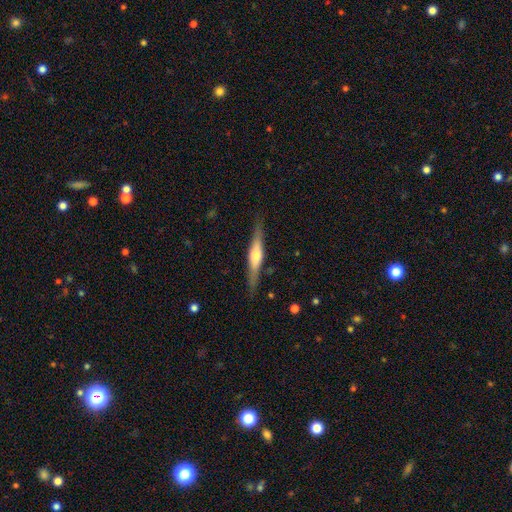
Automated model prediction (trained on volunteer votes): A featured or disk galaxy (63%) viewed edge-on (96%) with a rounded central bulge (82%).

Vote fractions:
- Smooth or featured? featured or disk: 63% / smooth: 32% / star or artifact: 5%
- Edge-on disk? yes: 96% / no: 4%
- Edge-on bulge? rounded: 82% / boxy: 11% / none: 7%
- Merging? none: 86% / minor disturbance: 11% / major disturbance: 2% / merger: 1%